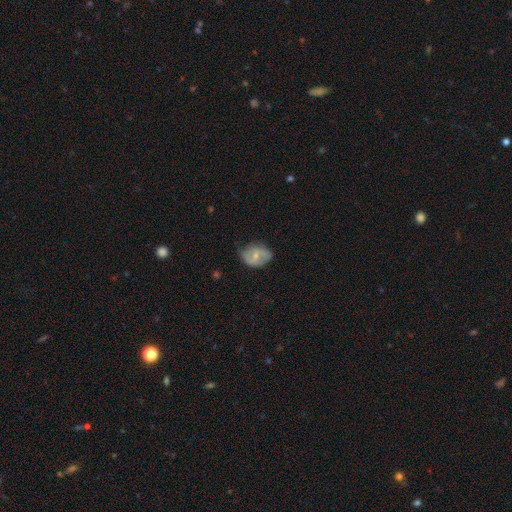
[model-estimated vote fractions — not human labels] smooth 49%, featured or disk 44%, star or artifact 7%. Down the decision tree: merging — none (62%).